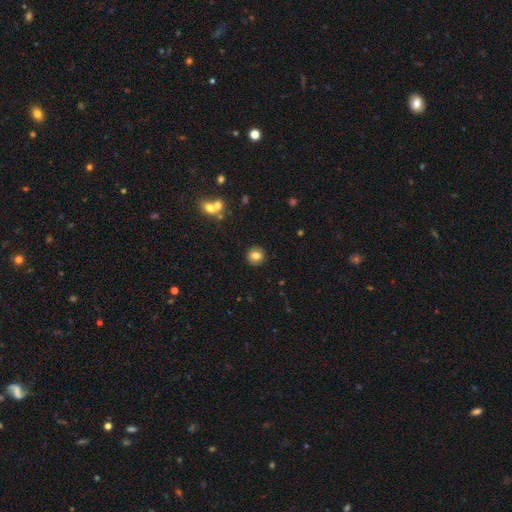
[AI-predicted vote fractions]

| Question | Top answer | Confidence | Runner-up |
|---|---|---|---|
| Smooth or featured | smooth | 78% | featured or disk (12%) |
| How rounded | round | 87% | in between (12%) |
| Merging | none | 90% | minor disturbance (6%) |